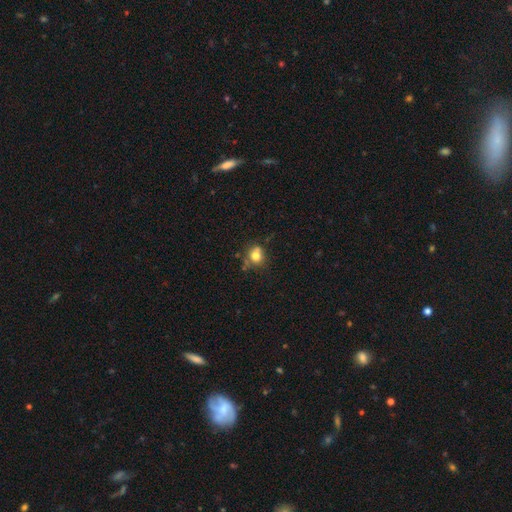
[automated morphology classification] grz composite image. It shows a smooth galaxy with no disk features (76%) that is round (70%). Merging: none (59%).